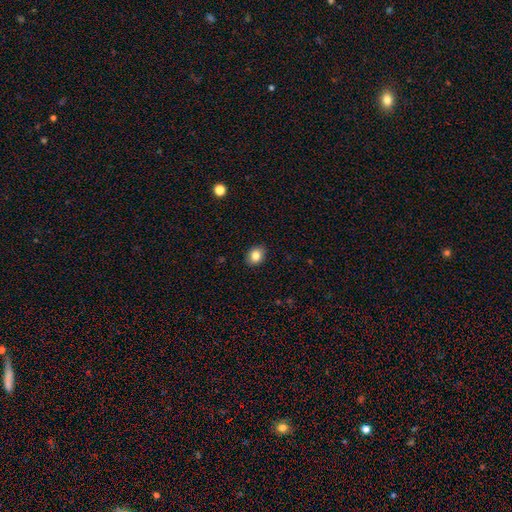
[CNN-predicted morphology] smooth-or-featured: smooth: 83% | star or artifact: 10% | featured or disk: 7%
  how-rounded: round: 55% | in between: 44% | cigar-shaped: 1%
  merging: none: 90% | minor disturbance: 7% | major disturbance: 2% | merger: 1%